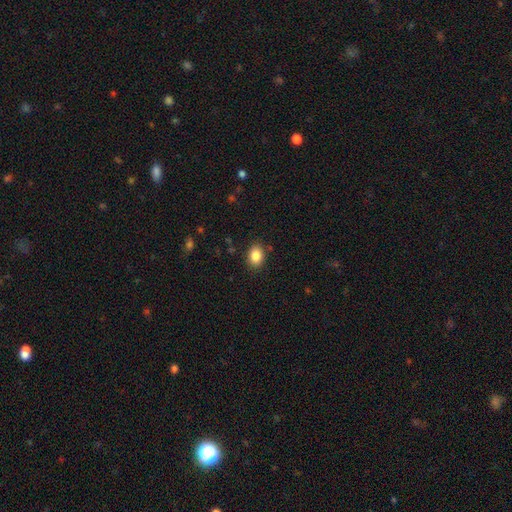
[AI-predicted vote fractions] Smooth or featured? Predicted: smooth (p=0.86). How rounded? Predicted: in between (p=0.72). Merging? Predicted: none (p=0.87).